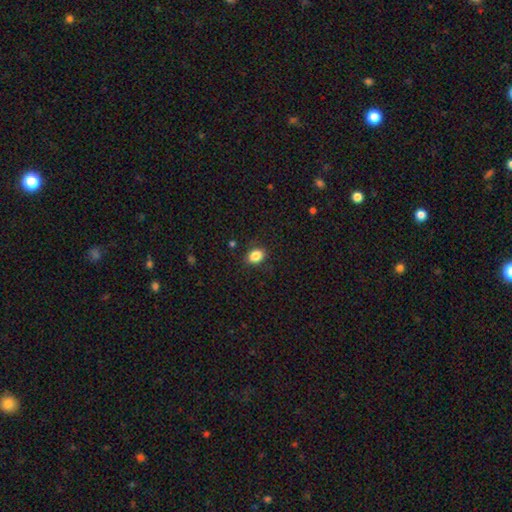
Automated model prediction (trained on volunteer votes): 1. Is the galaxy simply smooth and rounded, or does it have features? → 86% smooth, 10% star or artifact, 5% featured or disk.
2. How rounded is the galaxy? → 72% in between, 27% round, 1% cigar-shaped.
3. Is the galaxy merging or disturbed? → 86% none, 10% minor disturbance, 3% major disturbance, 1% merger.